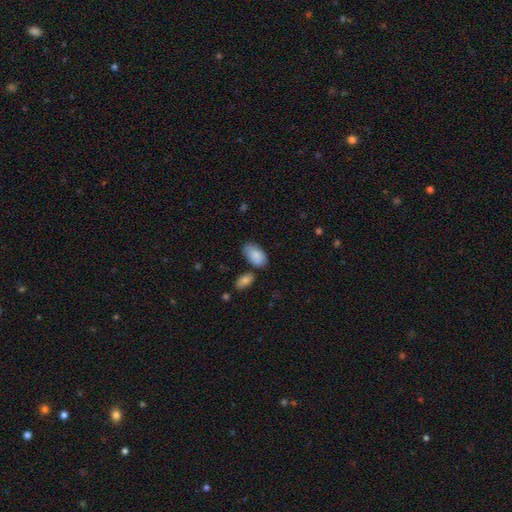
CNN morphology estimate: Smooth or featured?
  - smooth: 85% *
  - featured or disk: 9%
  - star or artifact: 6%
How rounded?
  - in between: 94% *
  - round: 4%
  - cigar-shaped: 2%
Merging?
  - none: 61% *
  - minor disturbance: 23%
  - merger: 10%
  - major disturbance: 5%